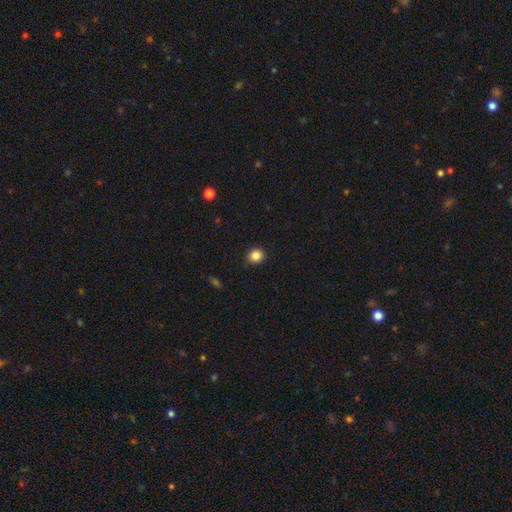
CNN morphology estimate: Overall: smooth (85%). How rounded: round (90%). Merging: none (92%).